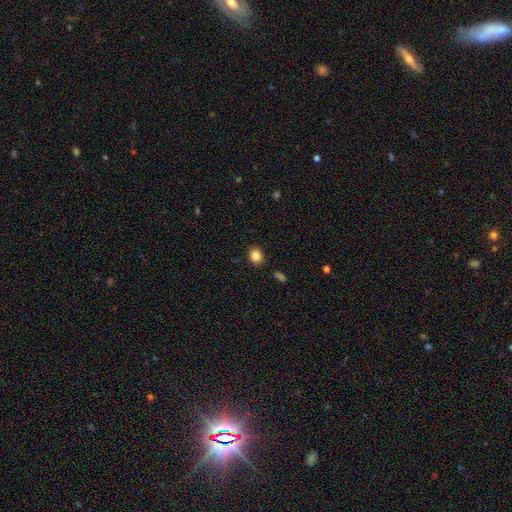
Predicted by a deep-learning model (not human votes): Smooth or featured? Predicted: smooth (p=0.86). How rounded? Predicted: round (p=0.60). Merging? Predicted: none (p=0.89).